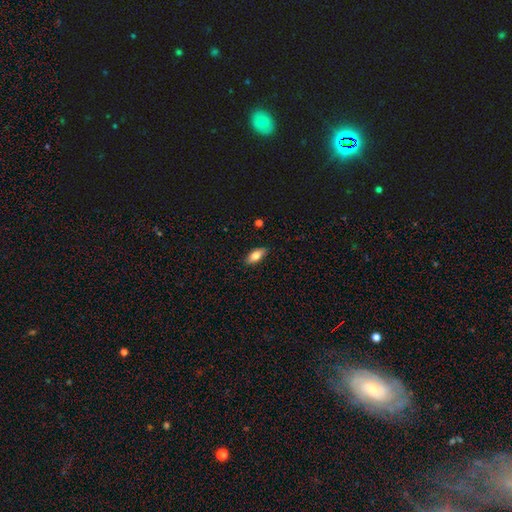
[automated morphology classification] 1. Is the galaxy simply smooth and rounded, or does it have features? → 76% smooth, 17% featured or disk, 7% star or artifact.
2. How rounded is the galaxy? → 84% in between, 13% cigar-shaped, 3% round.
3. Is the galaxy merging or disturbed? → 87% none, 10% minor disturbance, 2% major disturbance, 1% merger.